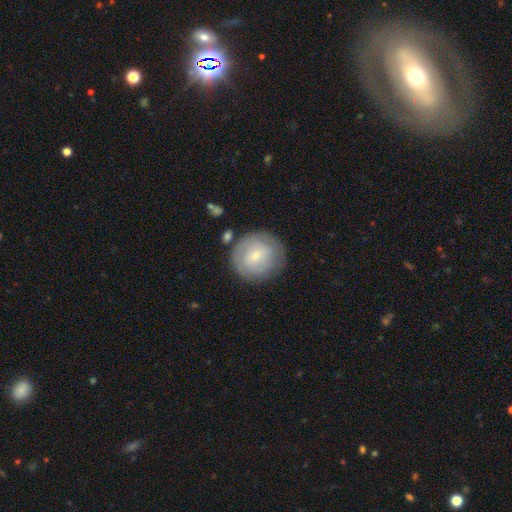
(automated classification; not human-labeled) Morphology: type=smooth (62%); roundness=round (92%); merging=none (77%).